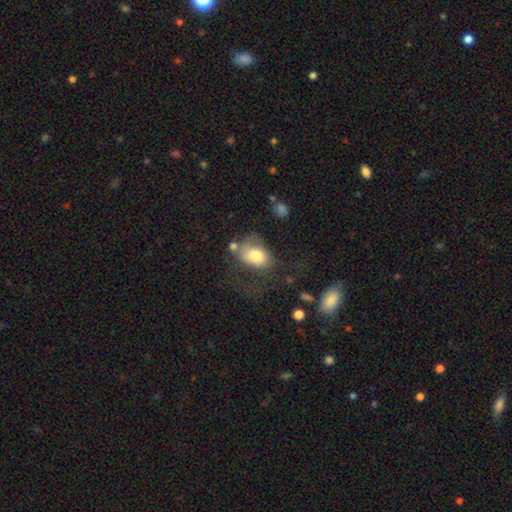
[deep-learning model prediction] smooth 74%, featured or disk 18%, star or artifact 8%. Down the decision tree: how rounded — in between (77%); merging — none (35%).